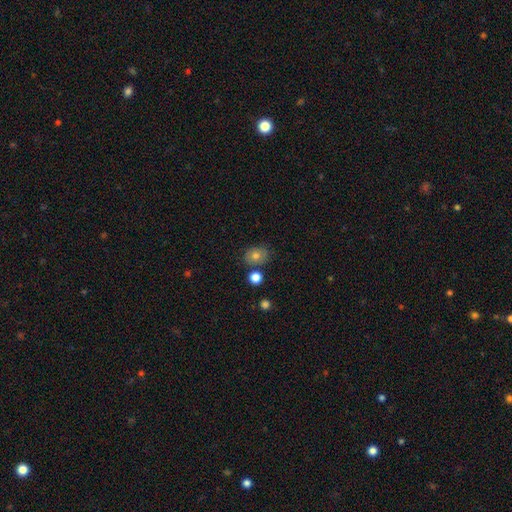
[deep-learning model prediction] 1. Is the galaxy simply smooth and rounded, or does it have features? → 75% smooth, 13% star or artifact, 12% featured or disk.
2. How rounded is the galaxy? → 56% round, 43% in between, 1% cigar-shaped.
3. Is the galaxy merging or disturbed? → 74% none, 13% minor disturbance, 10% merger, 4% major disturbance.